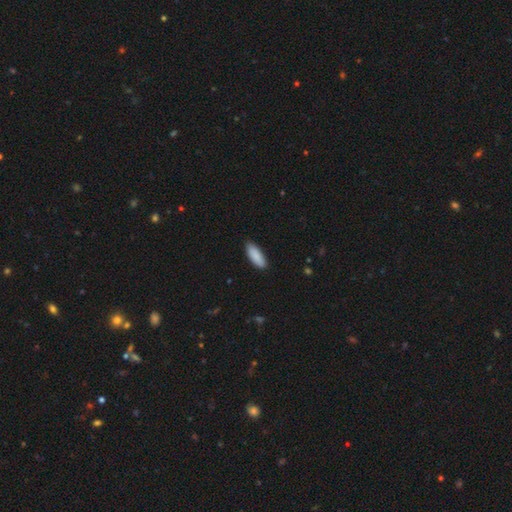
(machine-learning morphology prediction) This is clearly a smooth galaxy (90%). How rounded: likely in between (70%). Merging: clearly none (86%).